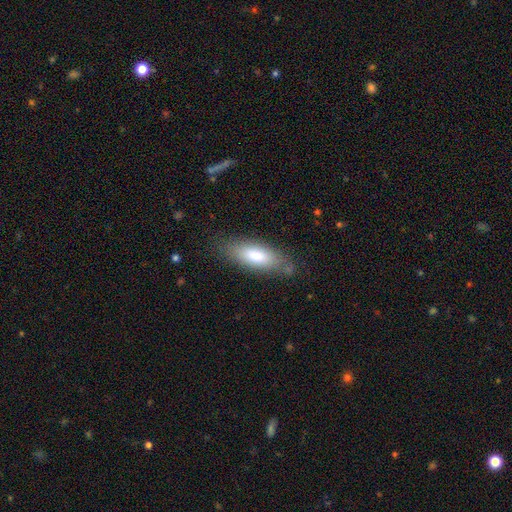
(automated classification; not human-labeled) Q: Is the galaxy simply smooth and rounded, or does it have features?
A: smooth — 79%.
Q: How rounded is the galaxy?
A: in between — 71%.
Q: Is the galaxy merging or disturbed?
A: none — 76%.